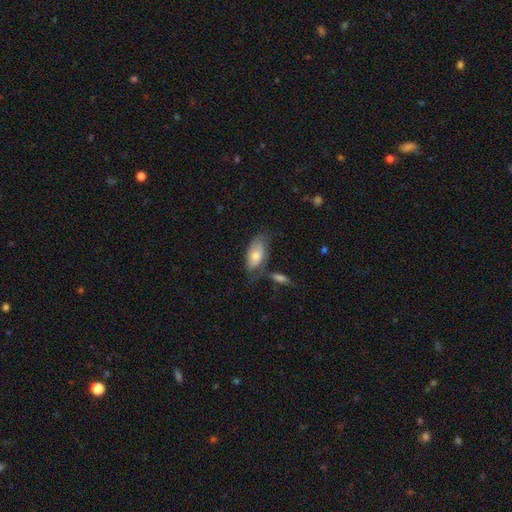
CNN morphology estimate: This appears to be a smooth galaxy with no disk features (59%) that is in between round and cigar-shaped (91%). Merging: none (50%).